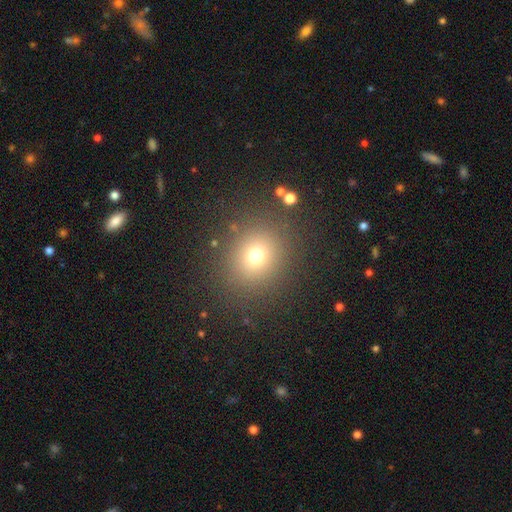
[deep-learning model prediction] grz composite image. It shows a smooth galaxy with no disk features (70%) that is round (78%). Merging: none (86%).